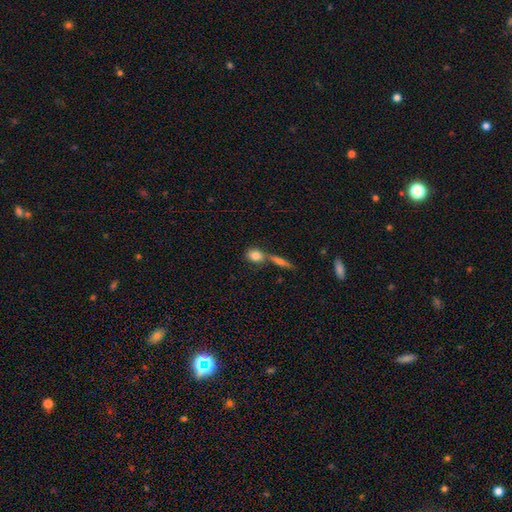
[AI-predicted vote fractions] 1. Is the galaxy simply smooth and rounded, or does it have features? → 79% smooth, 12% featured or disk, 9% star or artifact.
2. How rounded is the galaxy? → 47% in between, 46% round, 7% cigar-shaped.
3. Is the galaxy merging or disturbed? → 47% none, 37% merger, 11% minor disturbance, 4% major disturbance.